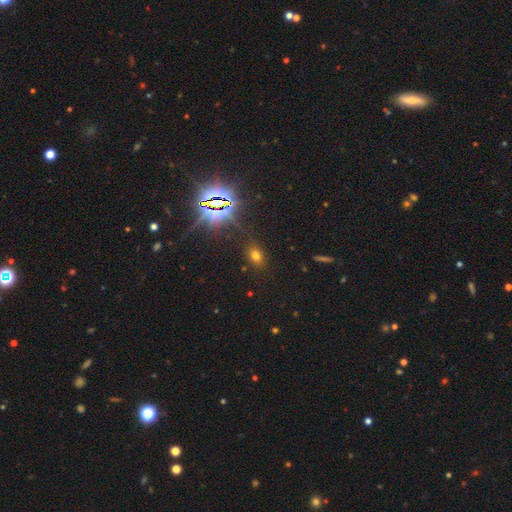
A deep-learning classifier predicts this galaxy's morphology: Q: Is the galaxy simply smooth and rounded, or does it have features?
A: smooth — 60%.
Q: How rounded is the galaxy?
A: in between — 63%.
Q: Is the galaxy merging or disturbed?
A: none — 83%.